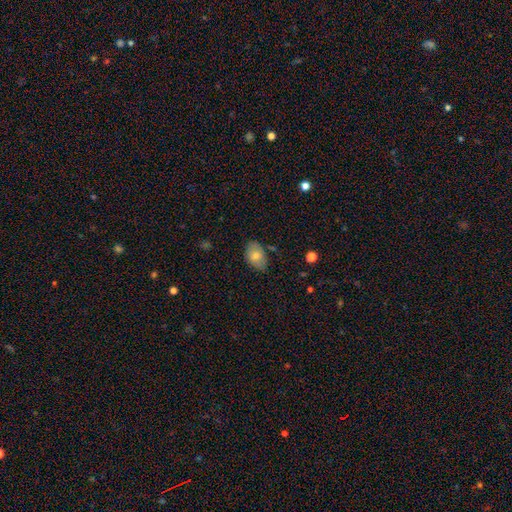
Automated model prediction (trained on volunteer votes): Morphology: type=smooth (75%); roundness=in between (87%); merging=none (75%).